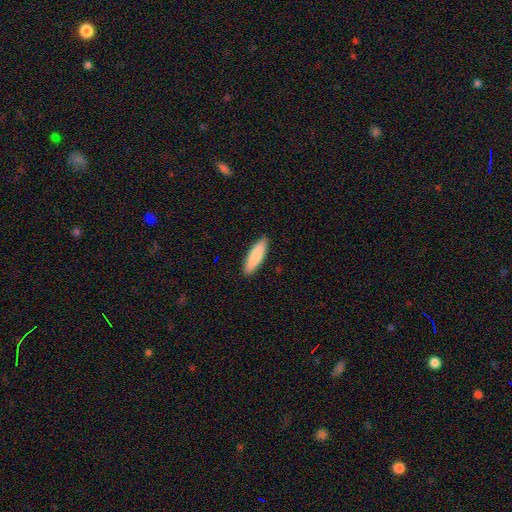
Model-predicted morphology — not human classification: Overall: smooth (85%). How rounded: cigar-shaped (64%; in between 34%). Merging: none (91%).